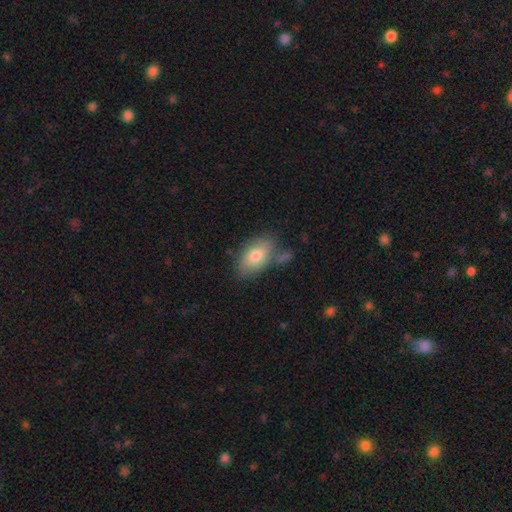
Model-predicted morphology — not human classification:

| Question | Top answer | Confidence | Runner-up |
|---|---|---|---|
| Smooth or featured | smooth | 75% | featured or disk (18%) |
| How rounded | in between | 91% | round (7%) |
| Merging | none | 65% | minor disturbance (19%) |